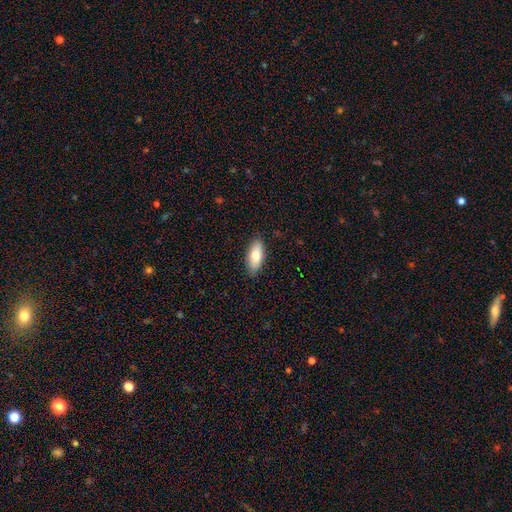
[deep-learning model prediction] Q: Smooth or featured?
A: smooth (78%); runner-up: featured or disk (15%)
Q: How rounded?
A: in between (84%); runner-up: cigar-shaped (13%)
Q: Merging?
A: none (87%); runner-up: minor disturbance (10%)